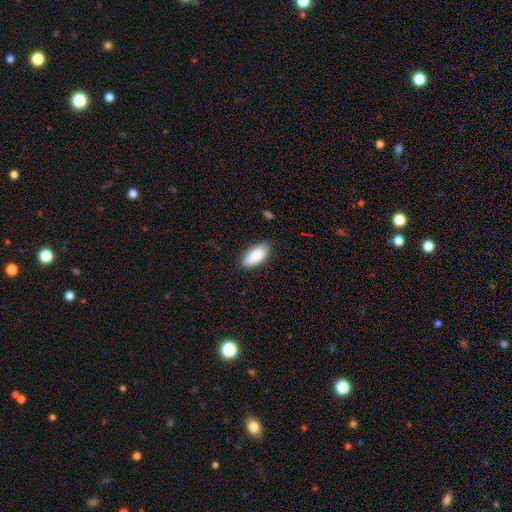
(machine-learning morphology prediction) smooth_or_featured: smooth (p=0.88) [alt: star or artifact p=0.06]
how_rounded: in between (p=0.91) [alt: cigar-shaped p=0.07]
merging: none (p=0.83) [alt: minor disturbance p=0.13]